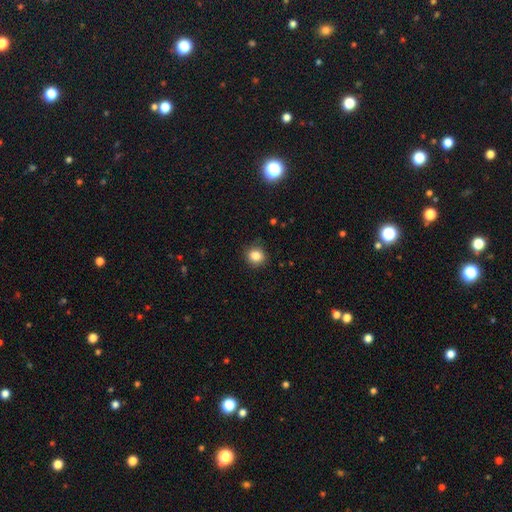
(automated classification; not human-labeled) A smooth galaxy with no disk features (85%) that is round (87%). Merging: none (87%).